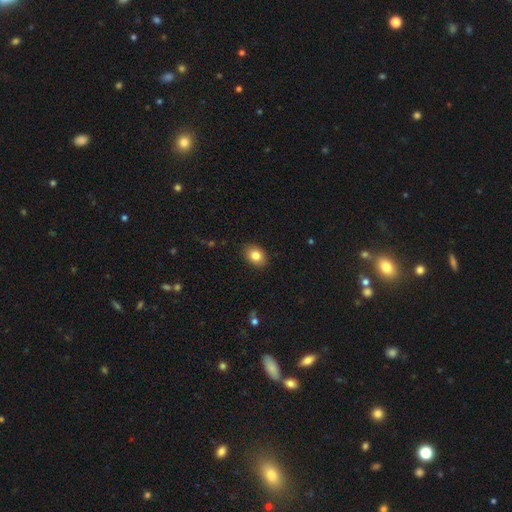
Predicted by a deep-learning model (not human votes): A smooth galaxy with no disk features (83%) that is in between round and cigar-shaped (69%).

Vote fractions:
- Smooth or featured? smooth: 83% / star or artifact: 9% / featured or disk: 8%
- How rounded? in between: 69% / round: 30% / cigar-shaped: 1%
- Merging? none: 88% / minor disturbance: 9% / major disturbance: 2% / merger: 1%